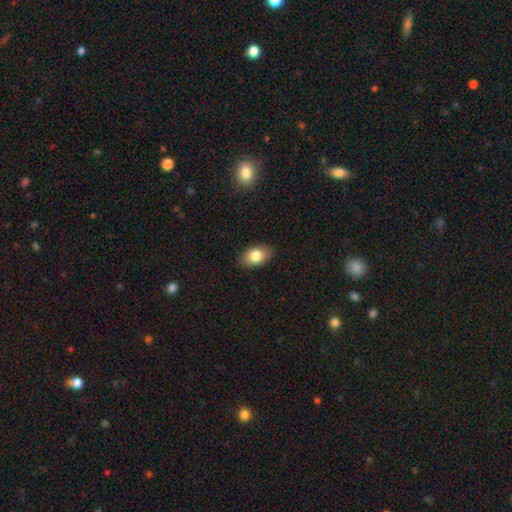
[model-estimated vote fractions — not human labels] Smooth or featured? smooth (81%)
How rounded? in between (89%)
Merging? none (87%)